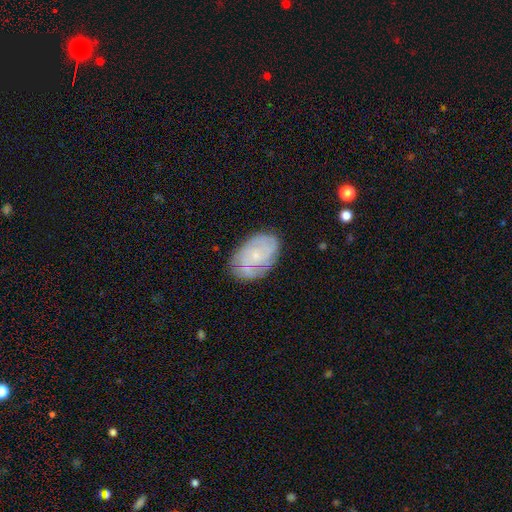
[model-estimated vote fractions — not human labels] A featured or disk galaxy (63%) with no bar (79%), tight (62%) spiral arms (83%) and a small central bulge (75%). Merging: none (74%).